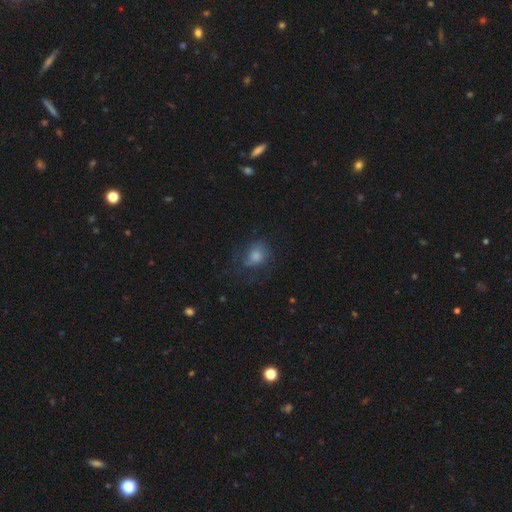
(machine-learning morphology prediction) Smooth or featured? Predicted: smooth (p=0.60). How rounded? Predicted: round (p=0.56). Merging? Predicted: none (p=0.59).